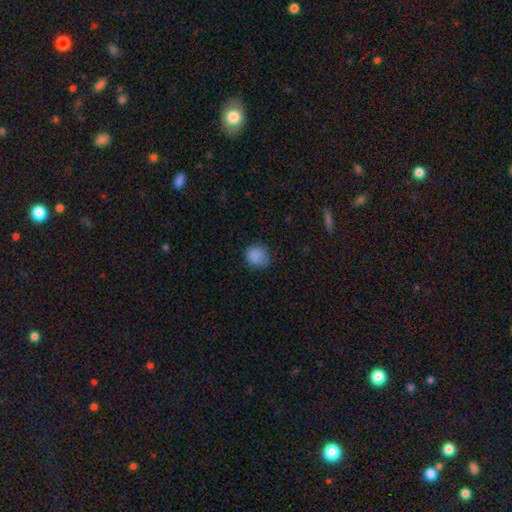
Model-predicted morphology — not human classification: A smooth galaxy with no disk features (86%) that is round (81%).

Vote fractions:
- Smooth or featured? smooth: 86% / star or artifact: 10% / featured or disk: 5%
- How rounded? round: 81% / in between: 18% / cigar-shaped: 1%
- Merging? none: 75% / minor disturbance: 19% / major disturbance: 5% / merger: 1%